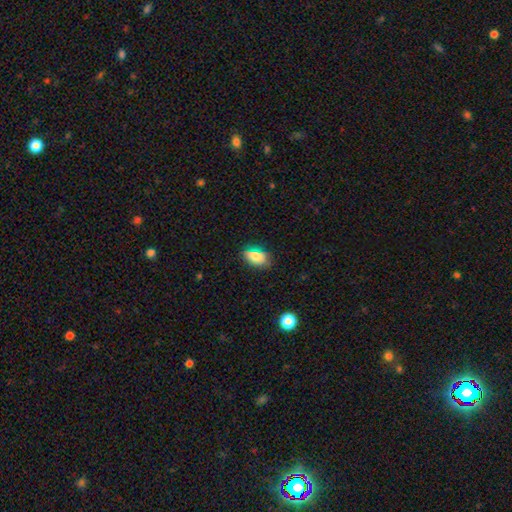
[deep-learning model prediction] A smooth galaxy with no disk features (79%) that is in between round and cigar-shaped (83%).

Vote fractions:
- Smooth or featured? smooth: 79% / star or artifact: 13% / featured or disk: 7%
- How rounded? in between: 83% / round: 14% / cigar-shaped: 3%
- Merging? none: 80% / minor disturbance: 15% / major disturbance: 3% / merger: 2%